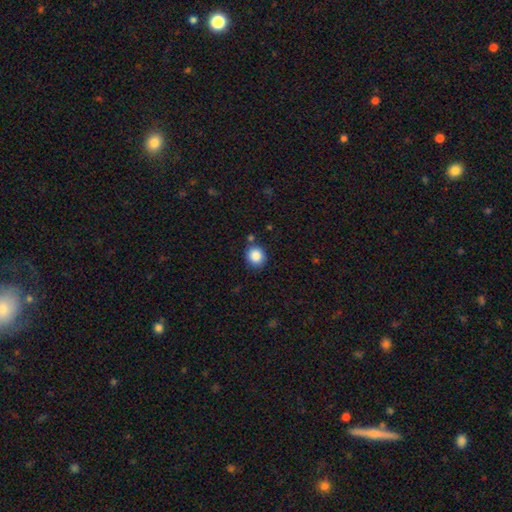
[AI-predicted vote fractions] The model was most divided on "how rounded": round: 81%, in between: 18%, cigar-shaped: 1%. More confident: smooth or featured — smooth (87%); merging — none (80%).